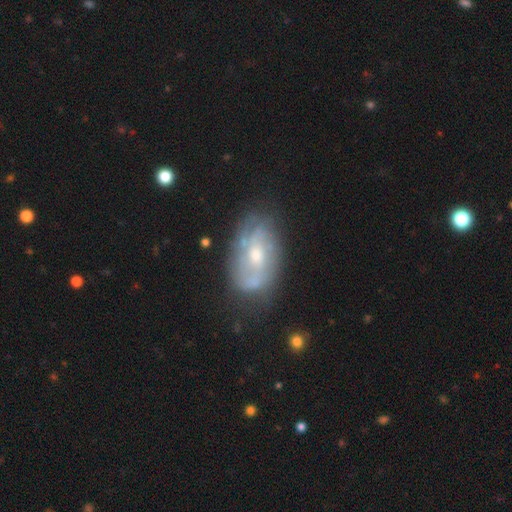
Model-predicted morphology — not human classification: A featured or disk galaxy (73%) with no bar (58%), tight (46%) spiral arms (80%) and a moderate central bulge (57%).

Vote fractions:
- Smooth or featured? featured or disk: 73% / smooth: 20% / star or artifact: 7%
- Edge-on disk? no: 94% / yes: 6%
- Bar? no: 58% / weak: 36% / strong: 7%
- Spiral arms? yes: 80% / no: 20%
- Spiral winding? tight: 46% / medium: 37% / loose: 17%
- Spiral arm count? can't tell: 43% / 2: 33% / 3: 12% / 1: 5% / 4: 5% / more than 4: 3%
- Bulge size? moderate: 57% / small: 36% / large: 4% / none: 2% / dominant: 1%
- Merging? none: 67% / minor disturbance: 22% / major disturbance: 8% / merger: 3%